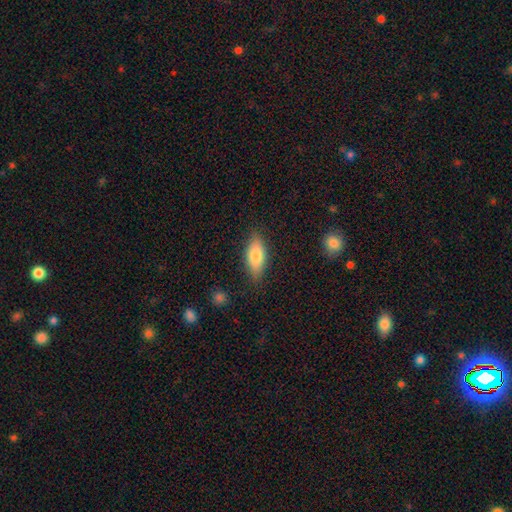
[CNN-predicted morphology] The model was most divided on "how rounded": in between: 78%, cigar-shaped: 19%, round: 3%. More confident: merging — none (83%); smooth or featured — smooth (79%).